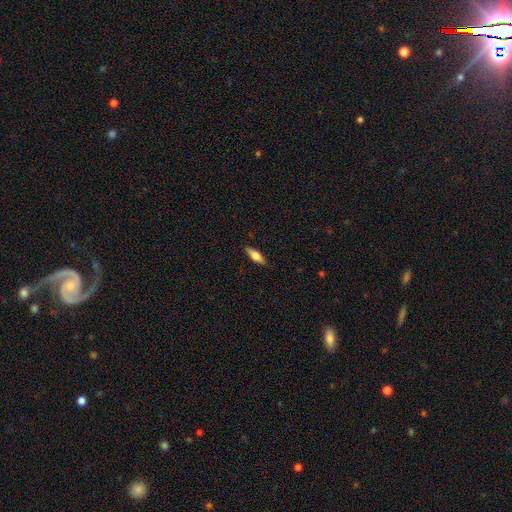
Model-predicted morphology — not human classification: Smooth or featured?
  - smooth: 60% *
  - featured or disk: 33%
  - star or artifact: 7%
How rounded?
  - in between: 61% *
  - cigar-shaped: 36%
  - round: 3%
Merging?
  - none: 87% *
  - minor disturbance: 10%
  - major disturbance: 2%
  - merger: 1%